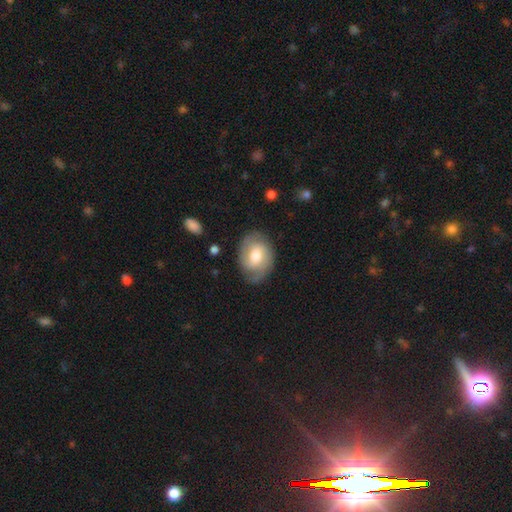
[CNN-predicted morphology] Smooth or featured? Predicted: featured or disk (p=0.59). Edge-on disk? Predicted: no (p=0.96). Bar? Predicted: no (p=0.45). Spiral arms? Predicted: yes (p=0.85). Bulge size? Predicted: moderate (p=0.68). Merging? Predicted: none (p=0.75).